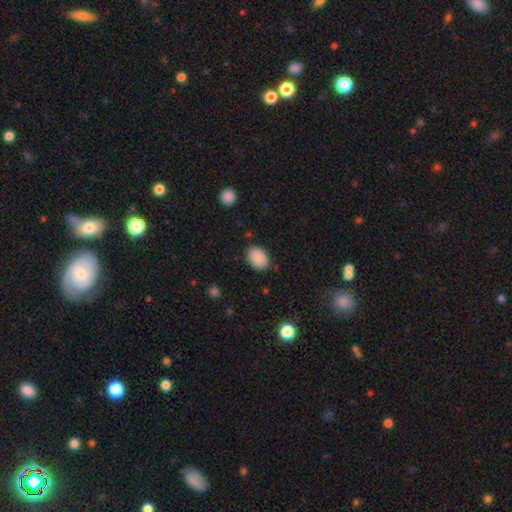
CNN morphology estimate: smooth_or_featured: smooth (p=0.90) [alt: star or artifact p=0.07]
how_rounded: in between (p=0.78) [alt: round p=0.21]
merging: none (p=0.85) [alt: minor disturbance p=0.11]